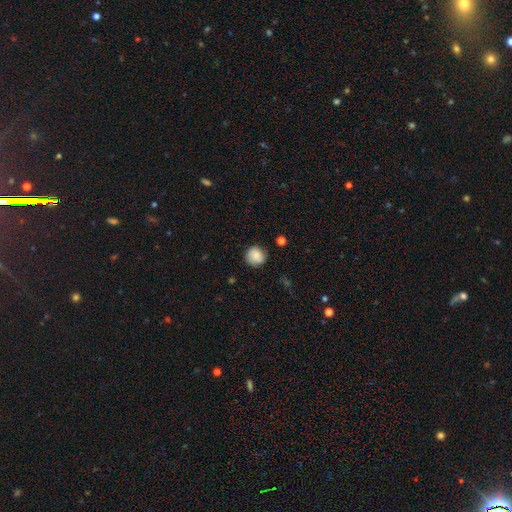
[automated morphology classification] smooth_or_featured: smooth (p=0.80) [alt: featured or disk p=0.11]
how_rounded: round (p=0.91) [alt: in between p=0.08]
merging: none (p=0.81) [alt: minor disturbance p=0.14]